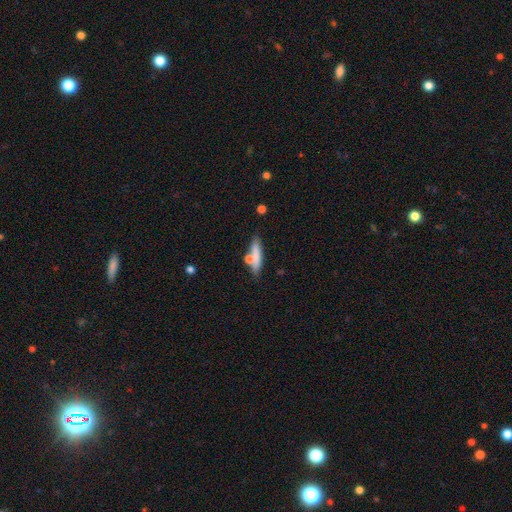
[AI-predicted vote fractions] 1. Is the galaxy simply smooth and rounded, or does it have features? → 71% smooth, 22% featured or disk, 7% star or artifact.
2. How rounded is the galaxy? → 72% cigar-shaped, 23% in between, 5% round.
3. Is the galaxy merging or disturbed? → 63% none, 16% merger, 15% minor disturbance, 5% major disturbance.